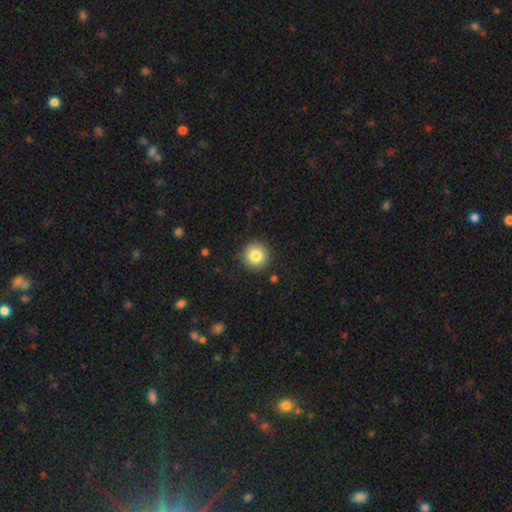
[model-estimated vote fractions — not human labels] Smooth or featured: smooth — 84% (star or artifact — 9%)
How rounded: round — 95% (in between — 4%)
Merging: none — 90% (minor disturbance — 6%)